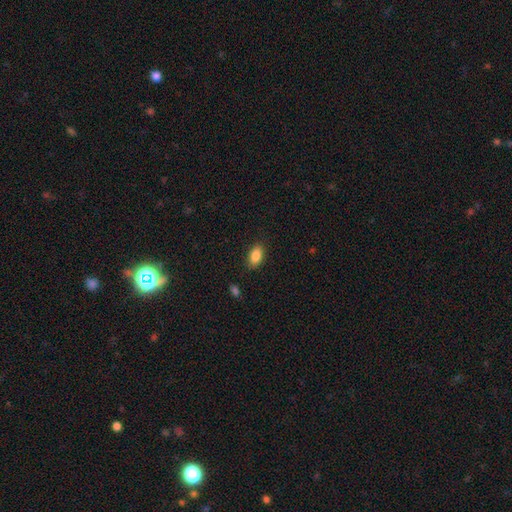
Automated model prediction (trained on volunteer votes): Morphology: type=smooth (88%); roundness=in between (91%); merging=none (85%).